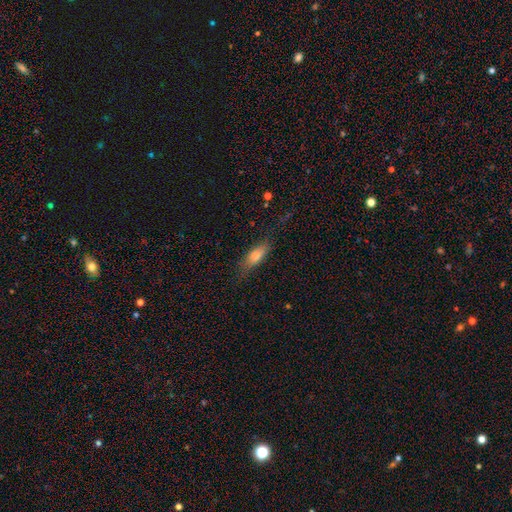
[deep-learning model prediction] smooth 71%, featured or disk 20%, star or artifact 9%. Down the decision tree: how rounded — in between (56%); merging — none (73%).